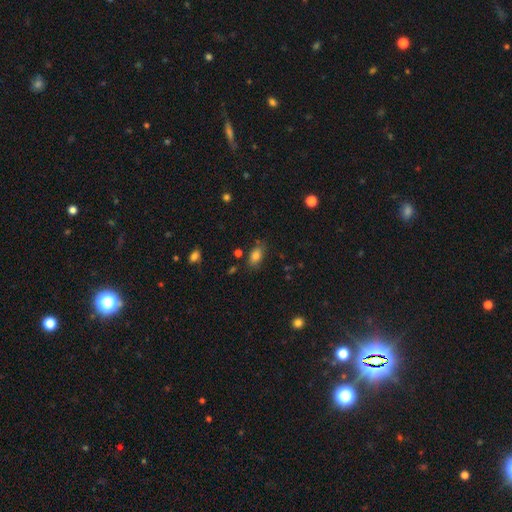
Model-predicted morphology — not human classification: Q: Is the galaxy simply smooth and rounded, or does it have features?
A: smooth — 81%.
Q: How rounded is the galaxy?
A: in between — 87%.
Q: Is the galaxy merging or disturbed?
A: none — 77%.